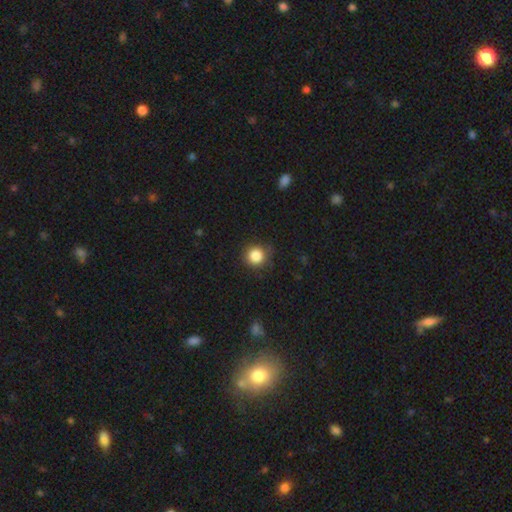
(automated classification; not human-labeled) Smooth or featured?
  - smooth: 86% *
  - star or artifact: 10%
  - featured or disk: 4%
How rounded?
  - round: 93% *
  - in between: 6%
  - cigar-shaped: 1%
Merging?
  - none: 83% *
  - minor disturbance: 12%
  - major disturbance: 4%
  - merger: 1%